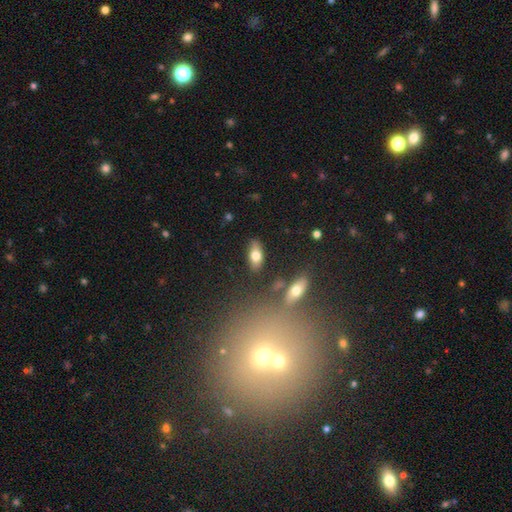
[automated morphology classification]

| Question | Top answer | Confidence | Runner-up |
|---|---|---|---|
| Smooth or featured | smooth | 73% | featured or disk (19%) |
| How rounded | in between | 86% | cigar-shaped (10%) |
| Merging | none | 82% | minor disturbance (11%) |